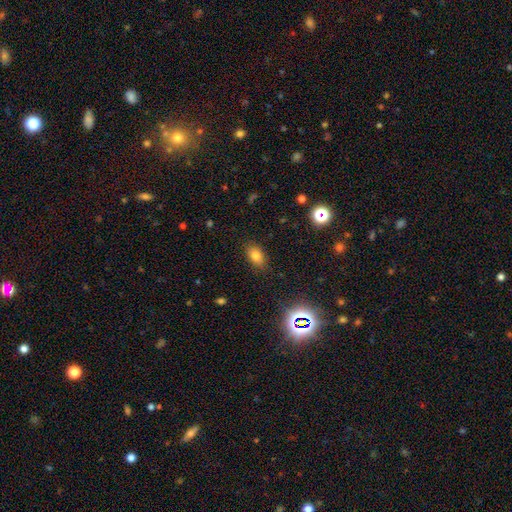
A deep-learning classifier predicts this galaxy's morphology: Smooth or featured? Predicted: smooth (p=0.76). How rounded? Predicted: in between (p=0.83). Merging? Predicted: none (p=0.85).